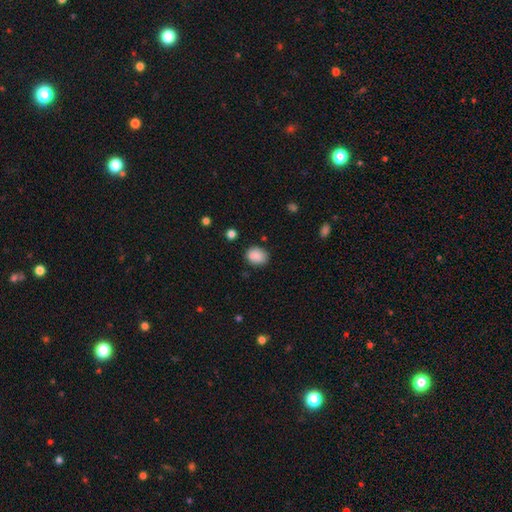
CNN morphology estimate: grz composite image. It shows a smooth galaxy with no disk features (87%) that is in between round and cigar-shaped (52%). Merging: none (77%).